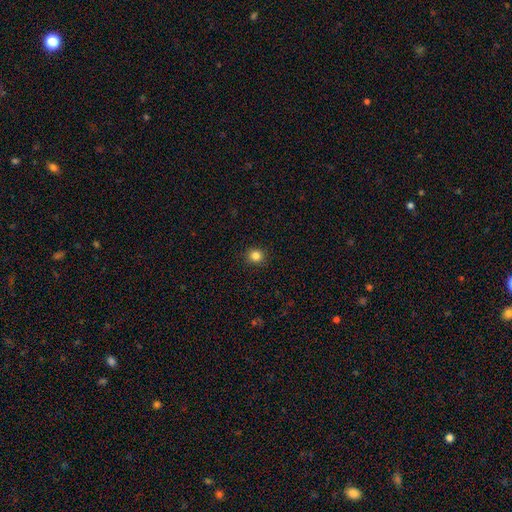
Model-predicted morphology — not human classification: Overall: smooth (84%). How rounded: round (87%). Merging: none (91%).